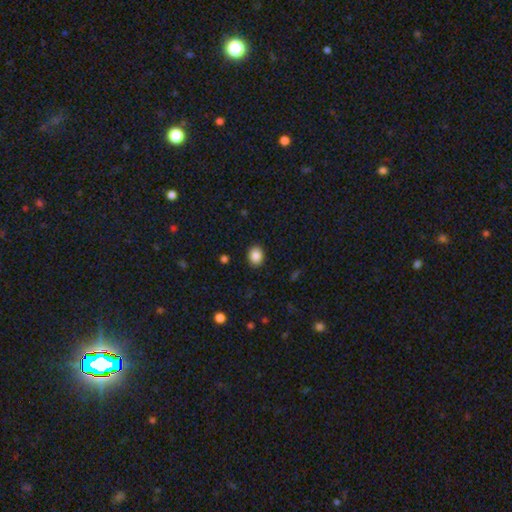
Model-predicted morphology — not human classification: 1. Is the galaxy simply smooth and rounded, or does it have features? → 87% smooth, 9% star or artifact, 4% featured or disk.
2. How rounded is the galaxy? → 54% round, 45% in between, 1% cigar-shaped.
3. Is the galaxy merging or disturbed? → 90% none, 7% minor disturbance, 2% major disturbance, 1% merger.